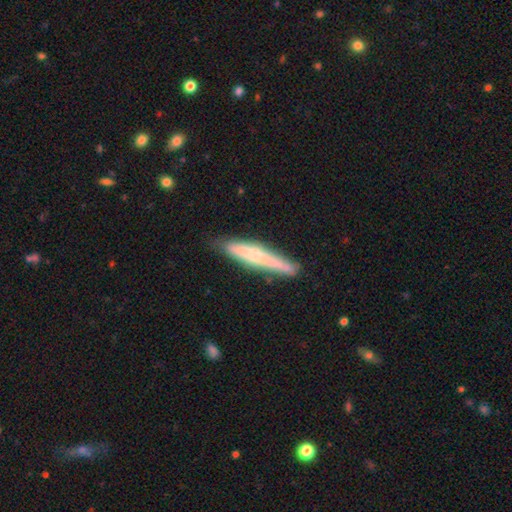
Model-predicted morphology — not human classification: type=smooth (51%); roundness=cigar-shaped (93%); merging=none (76%).